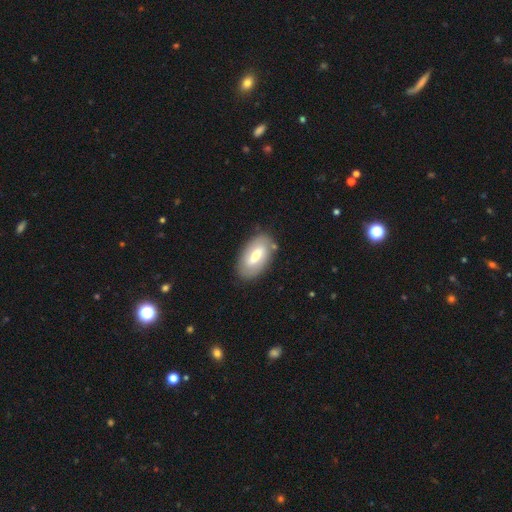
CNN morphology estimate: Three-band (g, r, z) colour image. It shows a smooth galaxy with no disk features (48%). Merging: none (83%).